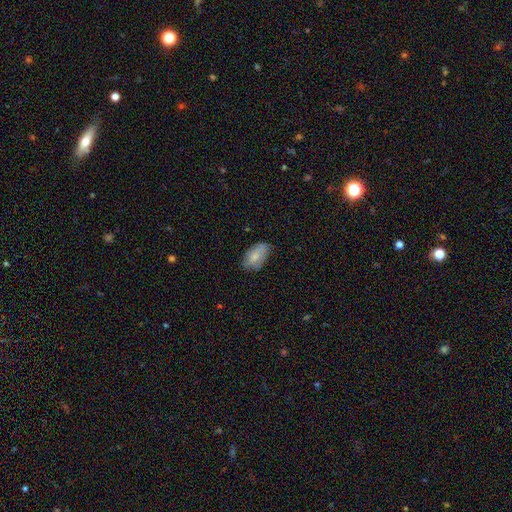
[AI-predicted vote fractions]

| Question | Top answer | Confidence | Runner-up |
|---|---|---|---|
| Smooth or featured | smooth | 77% | featured or disk (16%) |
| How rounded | in between | 93% | round (4%) |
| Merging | none | 68% | minor disturbance (25%) |